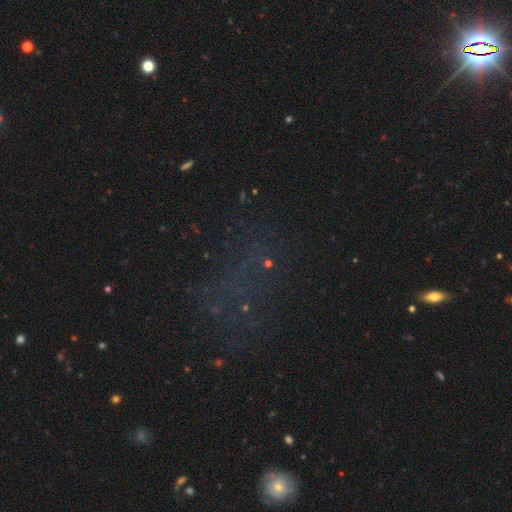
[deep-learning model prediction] smooth-or-featured: star or artifact: 59% | smooth: 24% | featured or disk: 17%